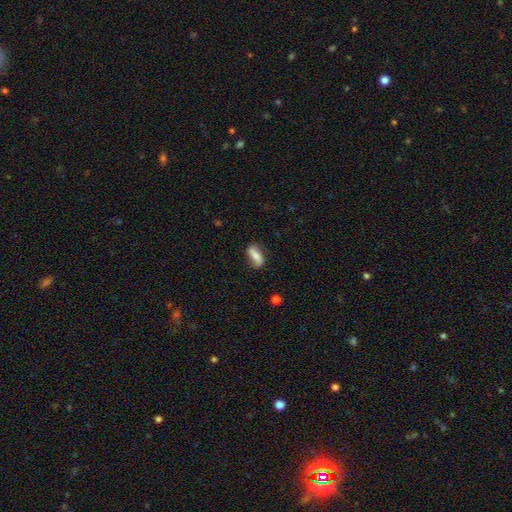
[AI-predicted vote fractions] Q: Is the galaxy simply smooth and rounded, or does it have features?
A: smooth — 52%.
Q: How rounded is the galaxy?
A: in between — 70%.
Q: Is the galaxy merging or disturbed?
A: none — 73%.